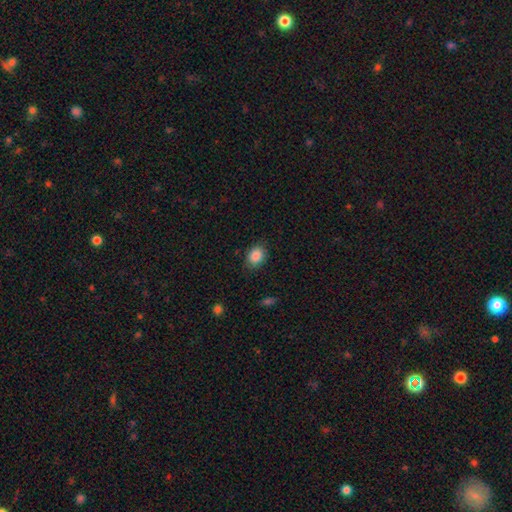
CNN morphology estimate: This appears to be a smooth galaxy with no disk features (88%) that is in between round and cigar-shaped (67%). Merging: none (83%).